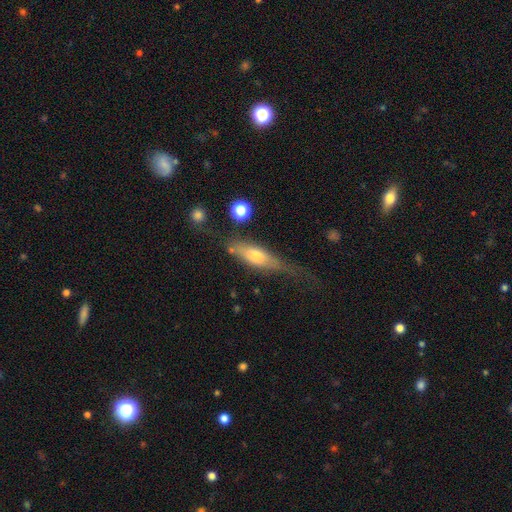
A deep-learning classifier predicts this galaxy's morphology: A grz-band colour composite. It shows a smooth galaxy with no disk features (49%). Merging: none (47%).